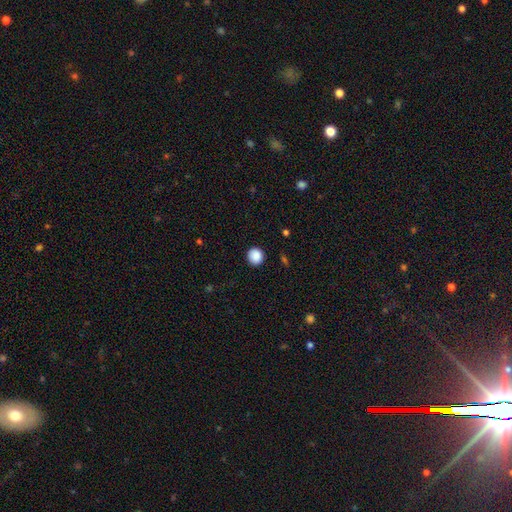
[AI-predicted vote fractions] This is clearly a smooth galaxy (89%). How rounded: clearly round (91%). Merging: clearly none (91%).